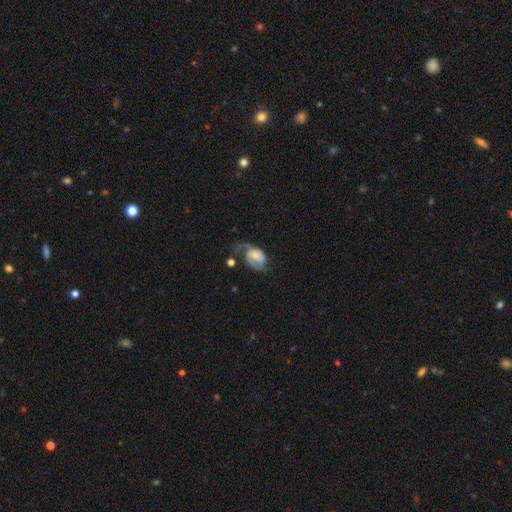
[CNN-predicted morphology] Smooth or featured? Predicted: featured or disk (p=0.57). Edge-on disk? Predicted: no (p=0.97). Bar? Predicted: no (p=0.64). Spiral arms? Predicted: yes (p=0.78). Bulge size? Predicted: small (p=0.31). Merging? Predicted: major disturbance (p=0.47).